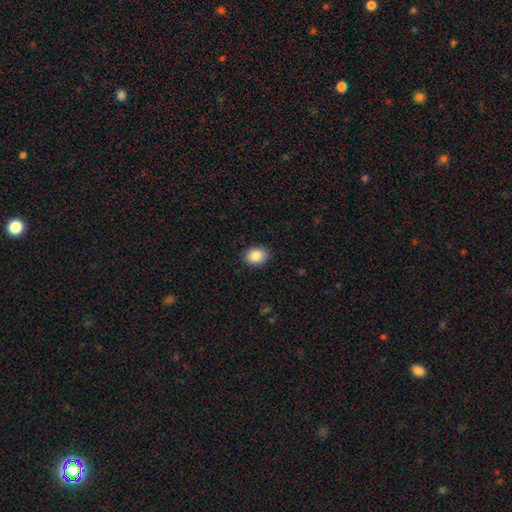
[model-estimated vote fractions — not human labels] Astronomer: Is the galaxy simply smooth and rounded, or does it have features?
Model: smooth — 88%.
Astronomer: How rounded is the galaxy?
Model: in between — 59% (runner-up: round, 40%).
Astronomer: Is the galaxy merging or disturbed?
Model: none — 89%.